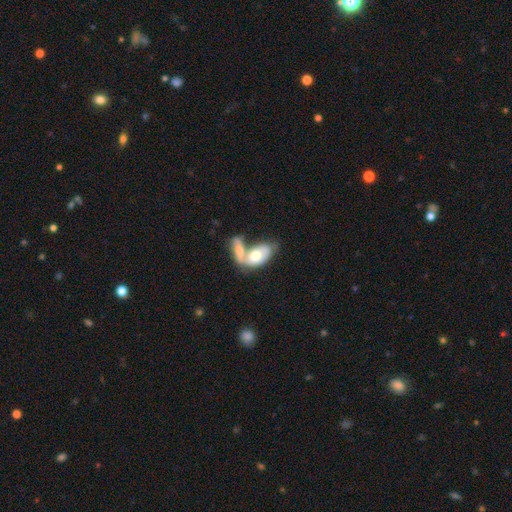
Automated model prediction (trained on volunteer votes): smooth-or-featured: smooth: 57% | featured or disk: 38% | star or artifact: 5%
  how-rounded: in between: 91% | round: 5% | cigar-shaped: 4%
  merging: merger: 68% | none: 15% | minor disturbance: 9% | major disturbance: 7%